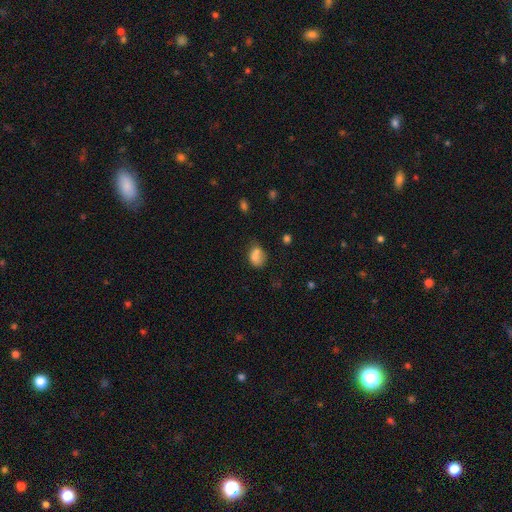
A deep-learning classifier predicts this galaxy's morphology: type=smooth (75%); roundness=in between (64%); merging=merger (40%).